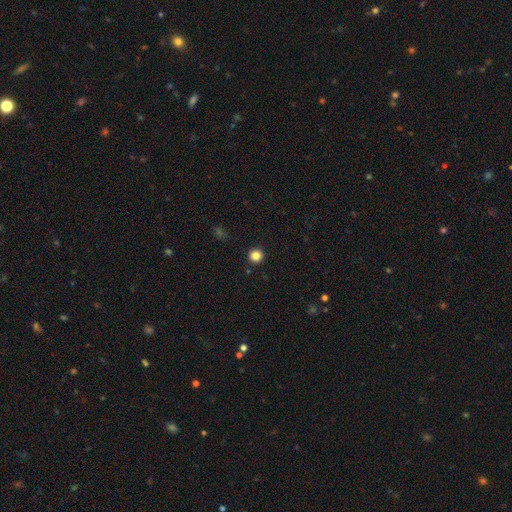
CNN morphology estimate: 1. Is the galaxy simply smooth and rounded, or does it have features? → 84% smooth, 11% star or artifact, 4% featured or disk.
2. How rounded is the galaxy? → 95% round, 4% in between, 1% cigar-shaped.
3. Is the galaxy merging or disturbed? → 93% none, 4% minor disturbance, 1% major disturbance, 1% merger.